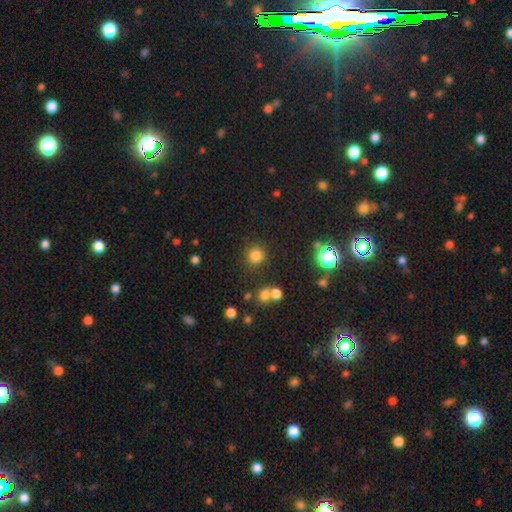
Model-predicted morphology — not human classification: smooth_or_featured: smooth (p=0.79) [alt: star or artifact p=0.16]
how_rounded: round (p=0.93) [alt: in between p=0.06]
merging: none (p=0.84) [alt: minor disturbance p=0.08]